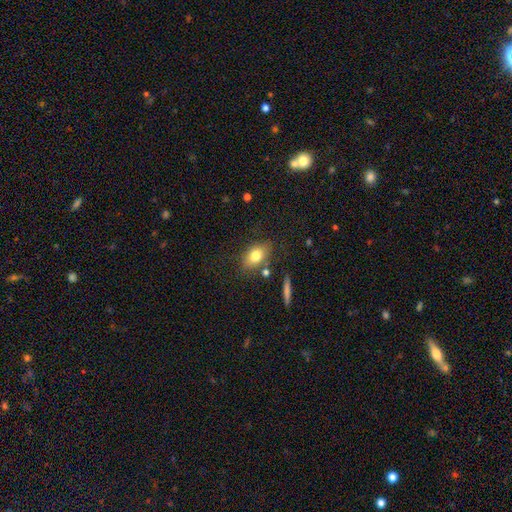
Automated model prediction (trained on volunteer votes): Morphology: type=smooth (77%); roundness=in between (82%); merging=none (75%).